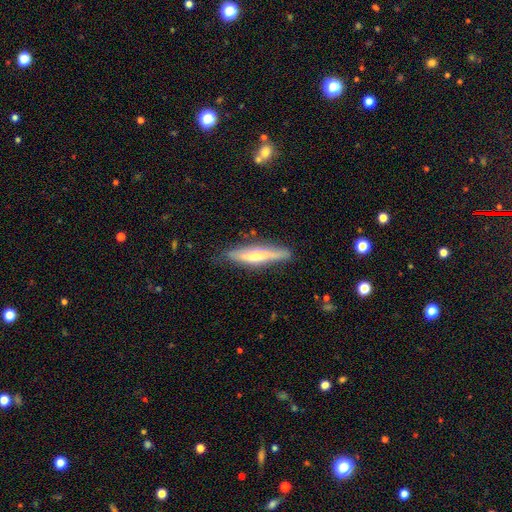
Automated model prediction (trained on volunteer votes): Q: Smooth or featured?
A: featured or disk (49%); runner-up: smooth (45%)
Q: Merging?
A: none (79%); runner-up: minor disturbance (16%)